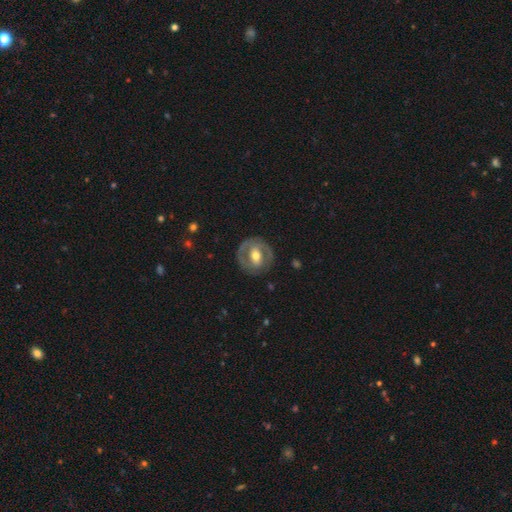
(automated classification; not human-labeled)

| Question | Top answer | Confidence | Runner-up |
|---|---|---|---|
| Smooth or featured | featured or disk | 67% | smooth (28%) |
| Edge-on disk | no | 95% | yes (5%) |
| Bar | weak | 39% | strong (31%) |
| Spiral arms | no | 51% | yes (49%) |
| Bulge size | moderate | 73% | small (15%) |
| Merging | none | 80% | minor disturbance (13%) |